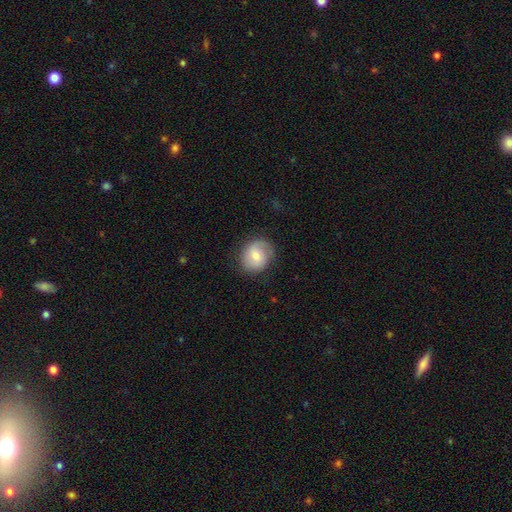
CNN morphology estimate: Smooth or featured? Predicted: smooth (p=0.56). How rounded? Predicted: round (p=0.71). Merging? Predicted: none (p=0.76).